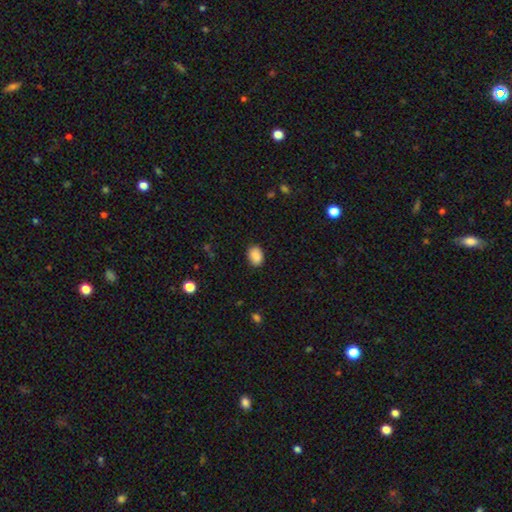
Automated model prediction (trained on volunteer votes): Q: Smooth or featured?
A: smooth (89%); runner-up: star or artifact (8%)
Q: How rounded?
A: in between (77%); runner-up: round (22%)
Q: Merging?
A: none (87%); runner-up: minor disturbance (9%)